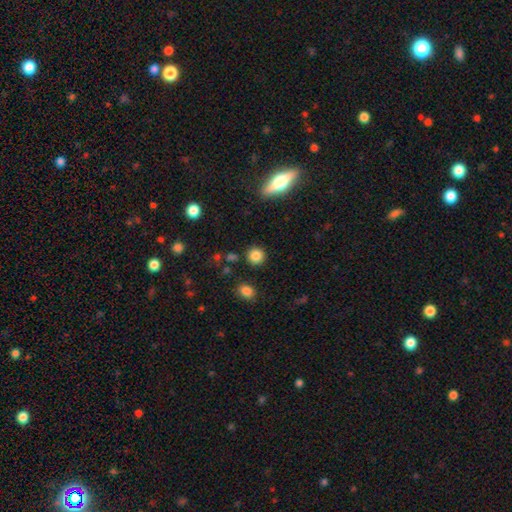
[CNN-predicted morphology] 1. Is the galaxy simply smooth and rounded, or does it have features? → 85% smooth, 11% star or artifact, 5% featured or disk.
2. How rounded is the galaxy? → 91% round, 8% in between, 1% cigar-shaped.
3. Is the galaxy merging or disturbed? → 89% none, 6% minor disturbance, 2% merger, 2% major disturbance.